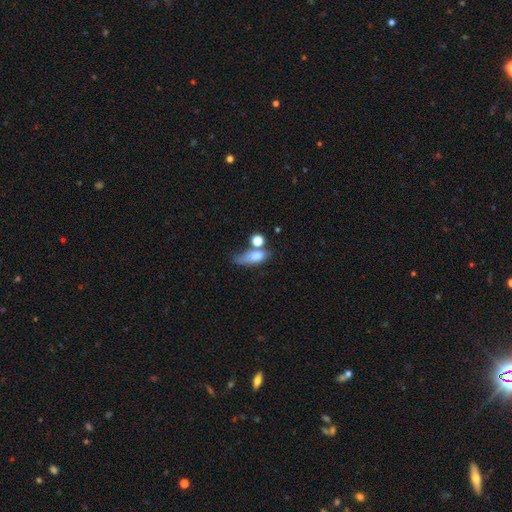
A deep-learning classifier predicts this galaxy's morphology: smooth 72%, featured or disk 17%, star or artifact 11%. Down the decision tree: how rounded — in between (60%); merging — none (35%).